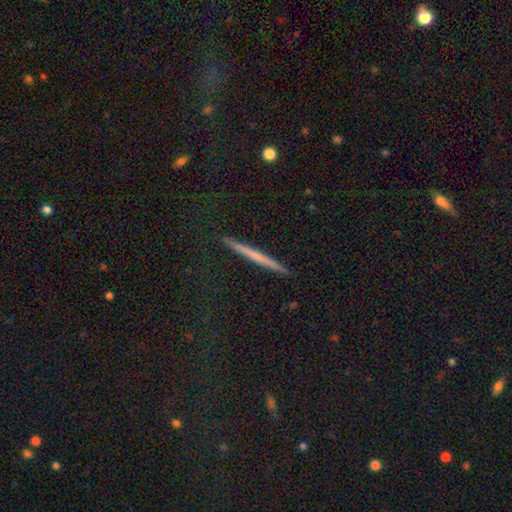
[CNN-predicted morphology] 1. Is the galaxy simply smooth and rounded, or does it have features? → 48% featured or disk, 42% smooth, 10% star or artifact.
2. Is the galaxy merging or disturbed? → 92% none, 6% minor disturbance, 1% major disturbance, 1% merger.